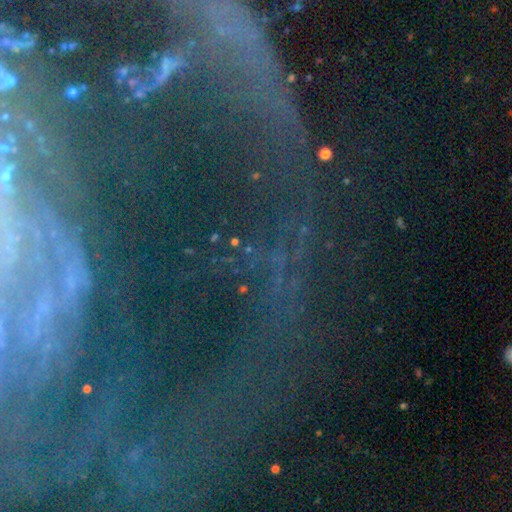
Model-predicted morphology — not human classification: A star or artifact, not a galaxy (64%).

Vote fractions:
- Smooth or featured? star or artifact: 64% / featured or disk: 23% / smooth: 13%